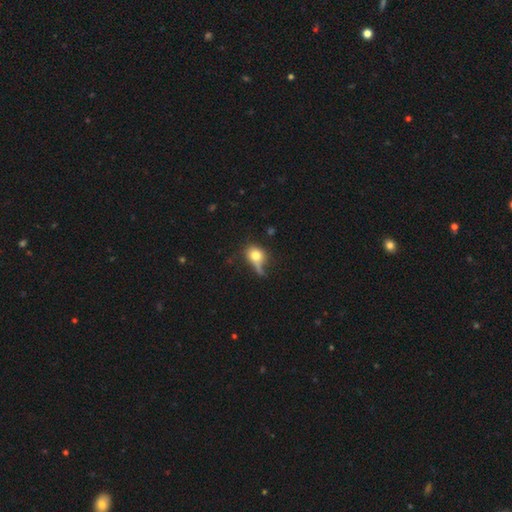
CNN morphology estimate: A smooth galaxy with no disk features (73%) that is round (54%). Merging: none (34%).